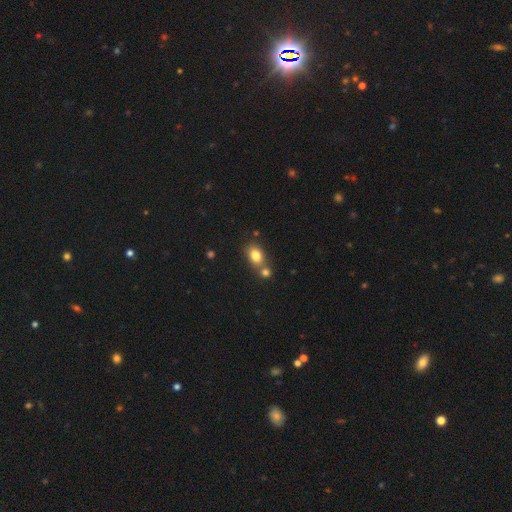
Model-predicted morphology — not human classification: This appears to be a smooth galaxy with no disk features (81%) that is in between round and cigar-shaped (72%). Merging: none (52%).